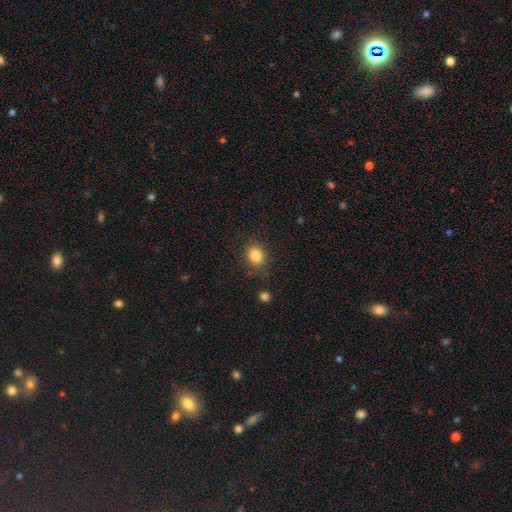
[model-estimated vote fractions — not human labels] Smooth or featured: smooth — 84% (star or artifact — 11%)
How rounded: round — 66% (in between — 33%)
Merging: none — 85% (minor disturbance — 10%)